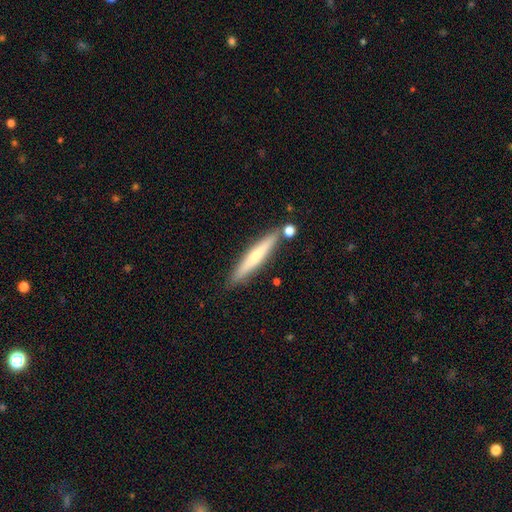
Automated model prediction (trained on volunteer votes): Q: Smooth or featured?
A: featured or disk (48%); runner-up: smooth (45%)
Q: Merging?
A: none (83%); runner-up: minor disturbance (10%)